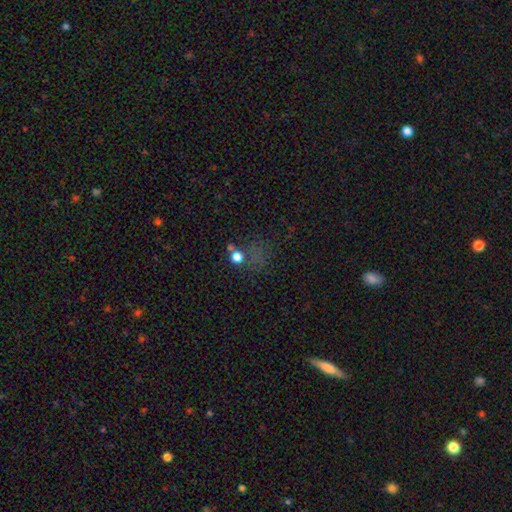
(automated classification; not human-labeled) Smooth or featured: star or artifact — 46% (smooth — 42%)